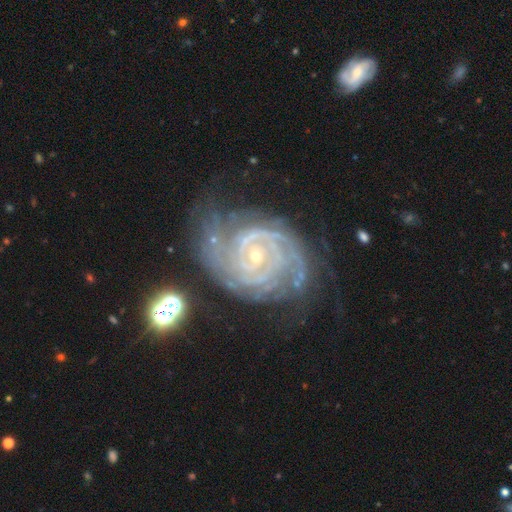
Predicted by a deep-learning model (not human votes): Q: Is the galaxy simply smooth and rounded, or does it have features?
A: featured or disk — 91%.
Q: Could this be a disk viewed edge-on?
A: no — 98%.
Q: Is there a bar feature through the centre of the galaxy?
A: no — 64%.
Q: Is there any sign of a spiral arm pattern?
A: yes — 98%.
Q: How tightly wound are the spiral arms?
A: tight — 77%.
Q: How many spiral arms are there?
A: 2 — 36%.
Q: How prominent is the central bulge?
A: small — 79%.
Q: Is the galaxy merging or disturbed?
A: none — 60%.